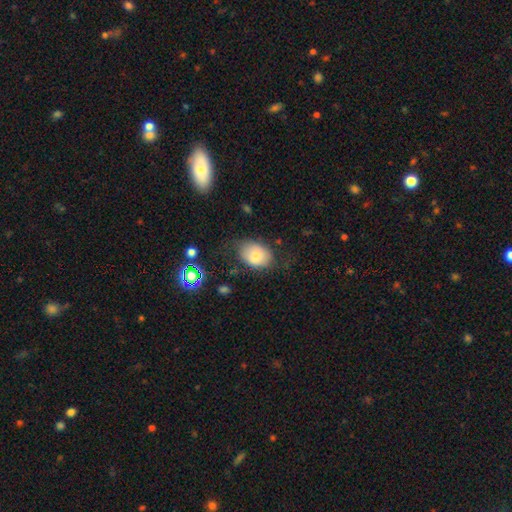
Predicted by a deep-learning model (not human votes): Q: Smooth or featured?
A: smooth (74%); runner-up: featured or disk (16%)
Q: How rounded?
A: in between (69%); runner-up: round (30%)
Q: Merging?
A: none (64%); runner-up: minor disturbance (23%)